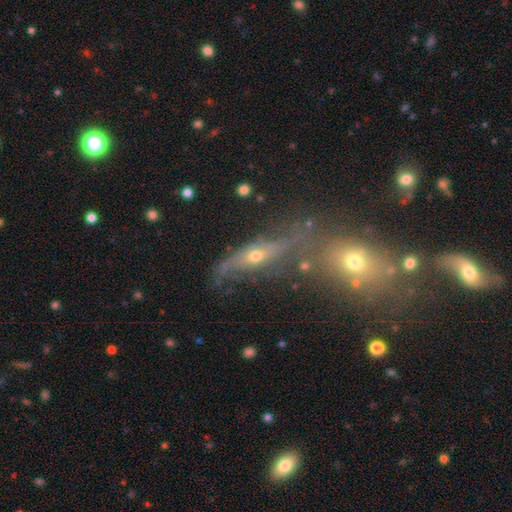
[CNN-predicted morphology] A featured or disk galaxy (57%) viewed edge-on (52%).

Vote fractions:
- Smooth or featured? featured or disk: 57% / smooth: 26% / star or artifact: 17%
- Edge-on disk? yes: 52% / no: 48%
- Merging? none: 48% / merger: 21% / minor disturbance: 18% / major disturbance: 12%